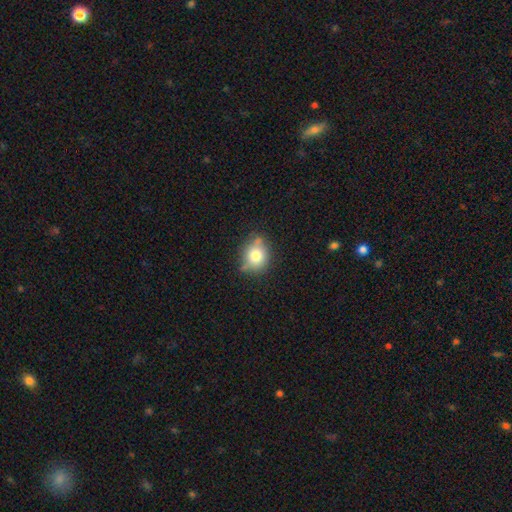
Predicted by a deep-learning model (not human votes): smooth 75%, featured or disk 15%, star or artifact 11%. Down the decision tree: how rounded — round (68%); merging — none (66%).